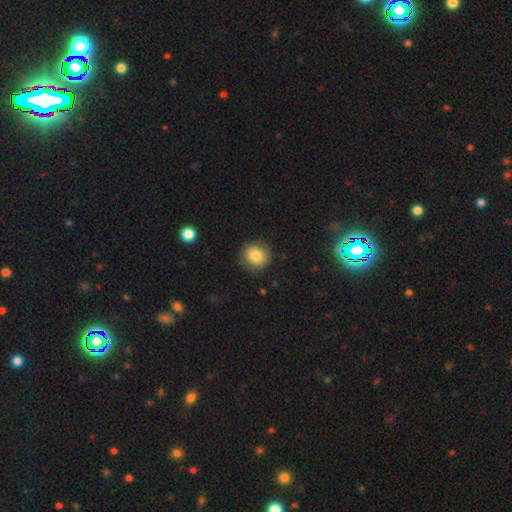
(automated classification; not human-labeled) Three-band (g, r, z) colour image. It shows a smooth galaxy with no disk features (82%) that is round (89%). Merging: none (87%).